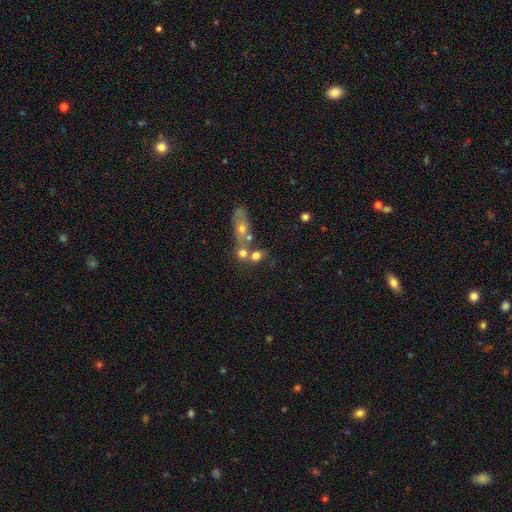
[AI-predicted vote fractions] Smooth or featured: smooth — 68% (featured or disk — 18%)
How rounded: round — 62% (in between — 34%)
Merging: merger — 45% (none — 39%)